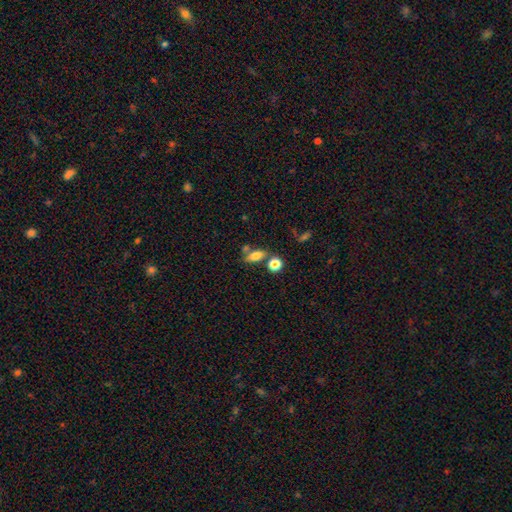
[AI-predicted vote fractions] A smooth galaxy with no disk features (77%) that is in between round and cigar-shaped (76%). Merging: none (60%).